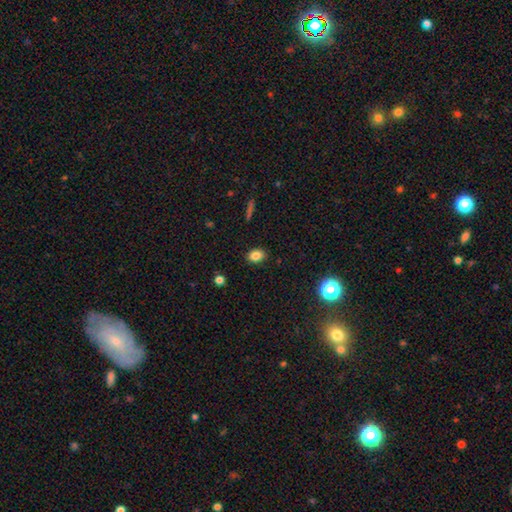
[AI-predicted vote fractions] A smooth galaxy with no disk features (83%) that is in between round and cigar-shaped (73%).

Vote fractions:
- Smooth or featured? smooth: 83% / star or artifact: 11% / featured or disk: 6%
- How rounded? in between: 73% / round: 26% / cigar-shaped: 1%
- Merging? none: 87% / minor disturbance: 9% / major disturbance: 2% / merger: 1%